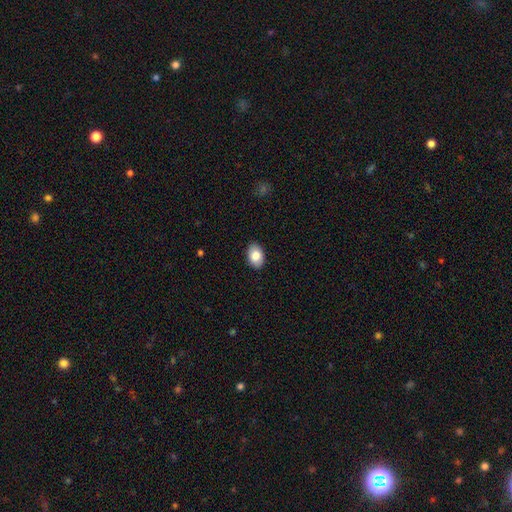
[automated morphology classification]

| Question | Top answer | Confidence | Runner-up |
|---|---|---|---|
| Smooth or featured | smooth | 84% | featured or disk (9%) |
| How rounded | in between | 86% | round (13%) |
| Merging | none | 89% | minor disturbance (9%) |